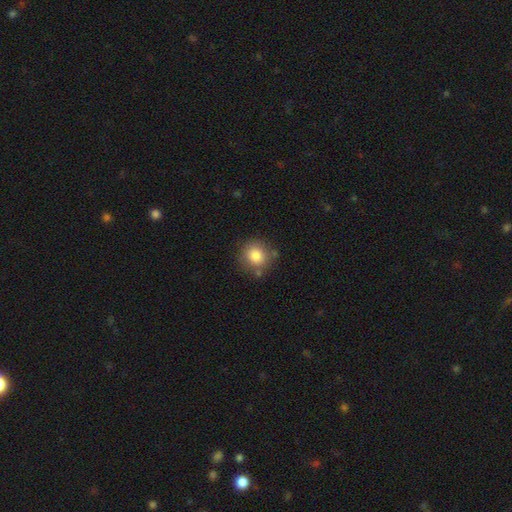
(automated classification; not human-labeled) A smooth galaxy with no disk features (83%) that is round (87%).

Vote fractions:
- Smooth or featured? smooth: 83% / star or artifact: 9% / featured or disk: 7%
- How rounded? round: 87% / in between: 12% / cigar-shaped: 1%
- Merging? none: 78% / minor disturbance: 13% / merger: 5% / major disturbance: 4%